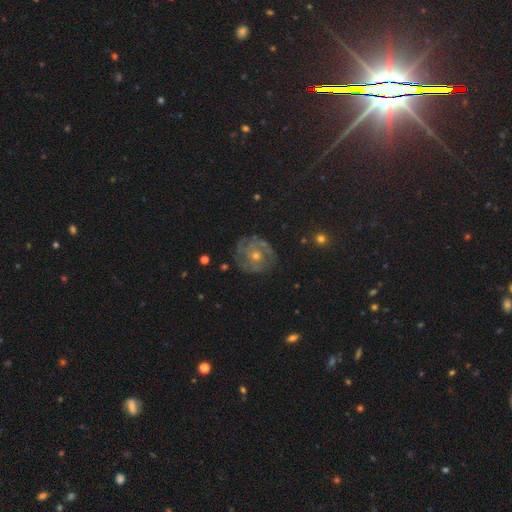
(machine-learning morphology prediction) smooth-or-featured: featured or disk: 77% | star or artifact: 13% | smooth: 10%
  disk-edge-on: no: 97% | yes: 3%
    bar: no: 75% | weak: 20% | strong: 5%
    has-spiral-arms: yes: 94% | no: 6%
      spiral-winding: tight: 66% | medium: 28% | loose: 6%
      spiral-arm-count: 3: 28% | can't tell: 24% | 2: 23% | 4: 10% | 1: 7% | more than 4: 7%
    bulge-size: small: 51% | moderate: 45% | large: 2% | none: 1% | dominant: 1%
  merging: none: 79% | minor disturbance: 14% | major disturbance: 5% | merger: 1%